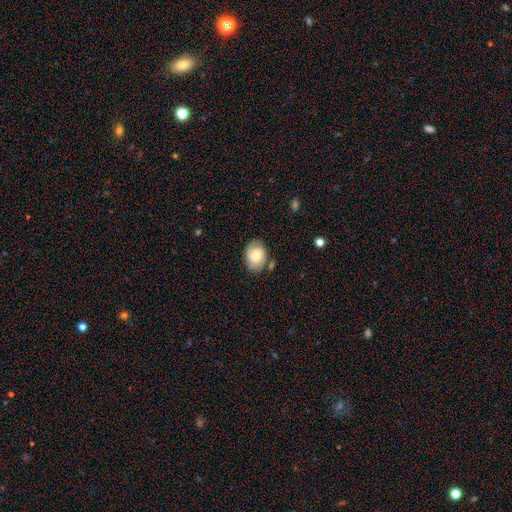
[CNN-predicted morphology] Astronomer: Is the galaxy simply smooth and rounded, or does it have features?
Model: featured or disk — 46% (runner-up: smooth, 45%).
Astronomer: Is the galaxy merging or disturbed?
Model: none — 71%.